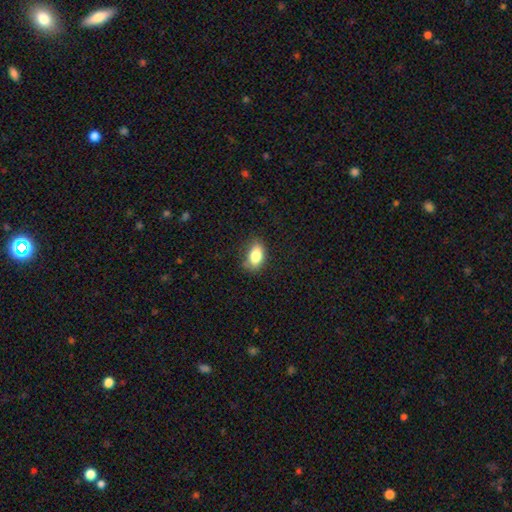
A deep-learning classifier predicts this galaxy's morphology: The model was most divided on "merging": none: 76%, minor disturbance: 18%, major disturbance: 4%, merger: 2%. More confident: how rounded — in between (87%); smooth or featured — smooth (83%).